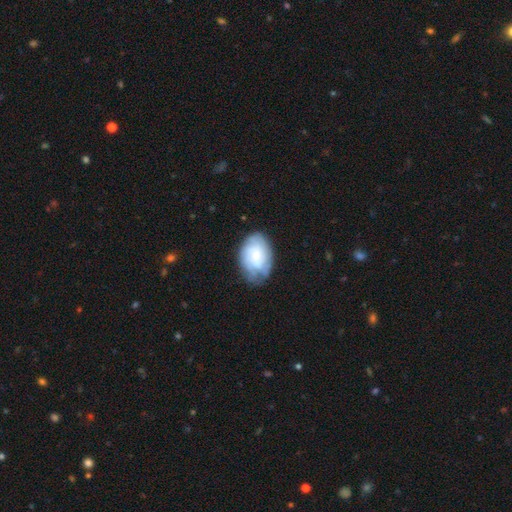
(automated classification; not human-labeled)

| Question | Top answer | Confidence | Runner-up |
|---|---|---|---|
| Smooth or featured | featured or disk | 48% | smooth (45%) |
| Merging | none | 63% | minor disturbance (26%) |